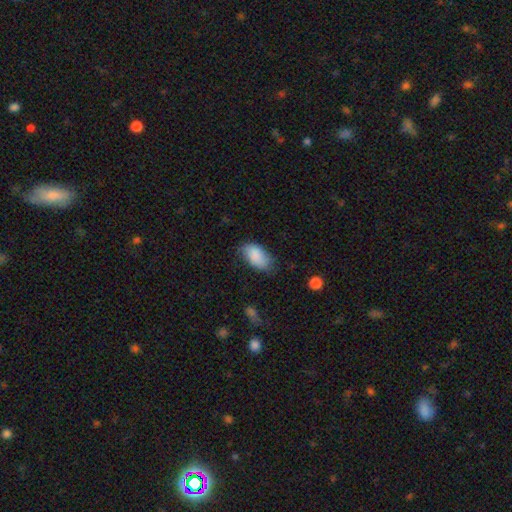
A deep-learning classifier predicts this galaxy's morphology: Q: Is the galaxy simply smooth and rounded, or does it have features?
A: smooth — 86%.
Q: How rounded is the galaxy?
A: in between — 94%.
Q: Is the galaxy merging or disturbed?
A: none — 65%.